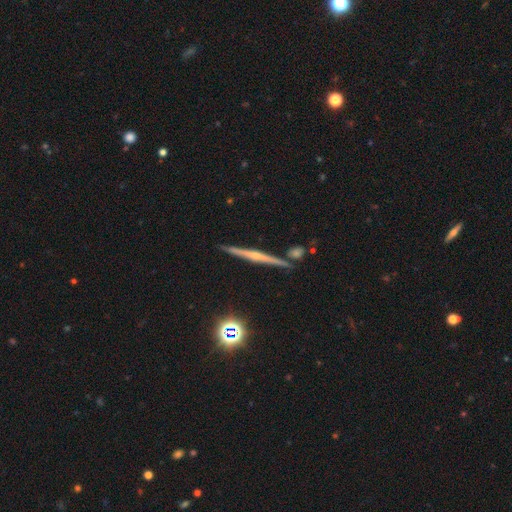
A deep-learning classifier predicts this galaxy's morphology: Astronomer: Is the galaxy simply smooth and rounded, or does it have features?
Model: featured or disk — 74%.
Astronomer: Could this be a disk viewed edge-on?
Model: yes — 98%.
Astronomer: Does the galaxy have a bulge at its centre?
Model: rounded — 62%.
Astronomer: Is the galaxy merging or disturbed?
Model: none — 87%.